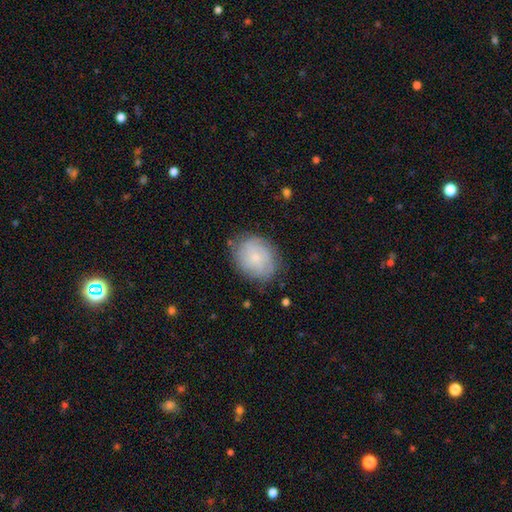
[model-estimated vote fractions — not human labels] Smooth or featured? smooth (48%)
Merging? none (75%)